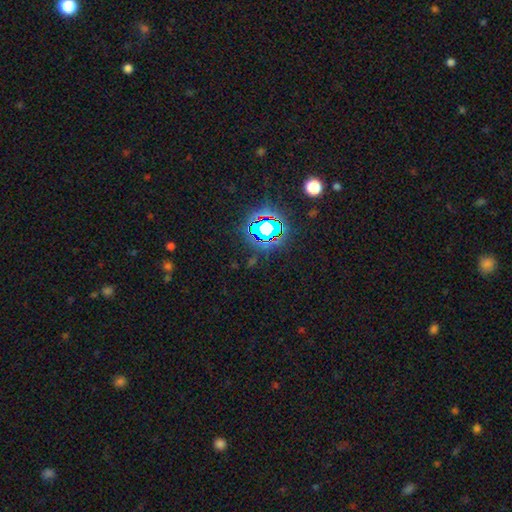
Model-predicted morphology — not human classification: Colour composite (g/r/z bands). It shows a star or artifact, not a galaxy (80%).